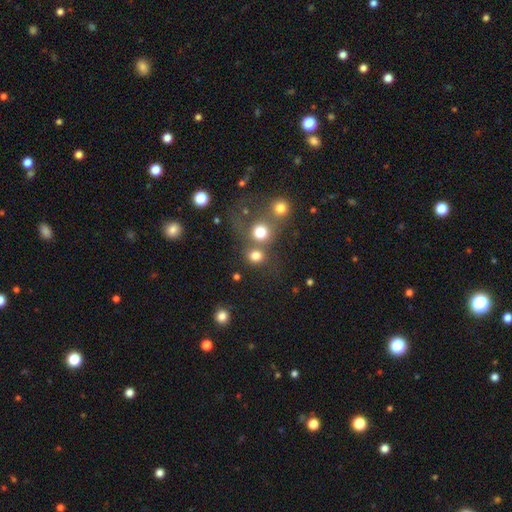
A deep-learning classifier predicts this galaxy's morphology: The model was most divided on "merging": none: 51%, merger: 33%, minor disturbance: 9%, major disturbance: 7%. More confident: how rounded — round (80%); smooth or featured — smooth (79%).